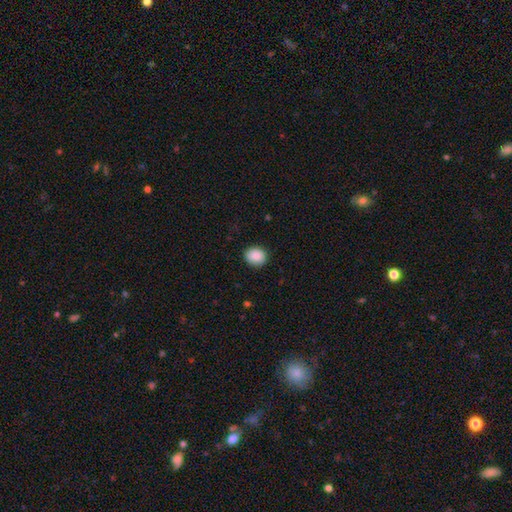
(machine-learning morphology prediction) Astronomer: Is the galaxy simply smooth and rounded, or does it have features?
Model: smooth — 89%.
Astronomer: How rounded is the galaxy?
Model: round — 74%.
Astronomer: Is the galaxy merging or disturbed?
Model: none — 89%.